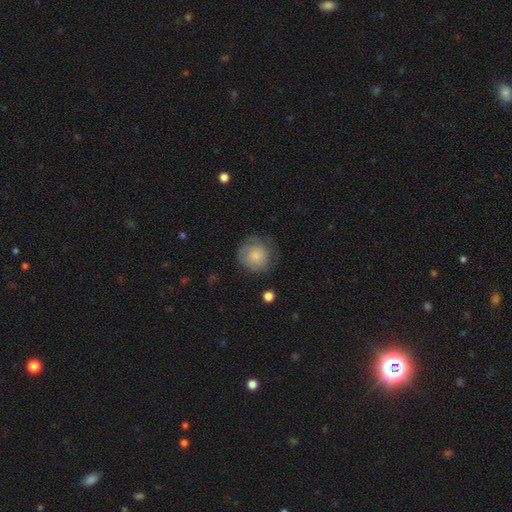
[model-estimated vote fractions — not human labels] This is likely a smooth galaxy (68%). How rounded: clearly round (90%). Merging: likely none (64%).